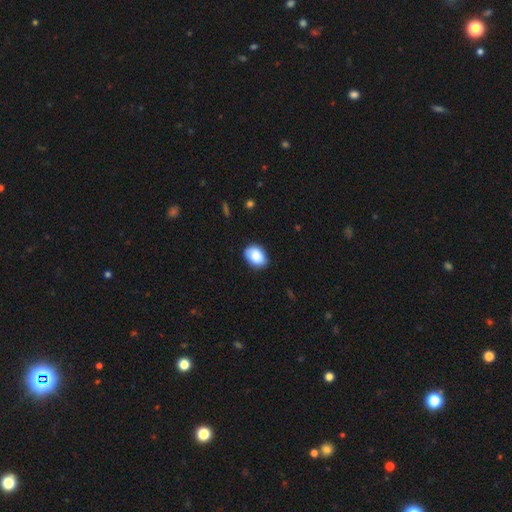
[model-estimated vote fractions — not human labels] This appears to be a smooth galaxy with no disk features (86%) that is in between round and cigar-shaped (80%). Merging: none (84%).